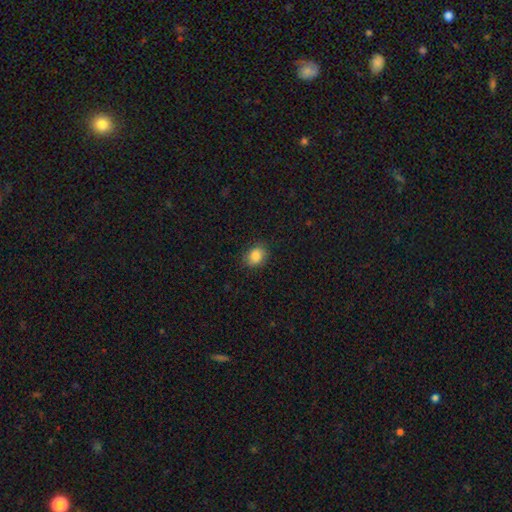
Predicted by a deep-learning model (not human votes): Smooth or featured? smooth (85%)
How rounded? in between (51%)
Merging? none (81%)